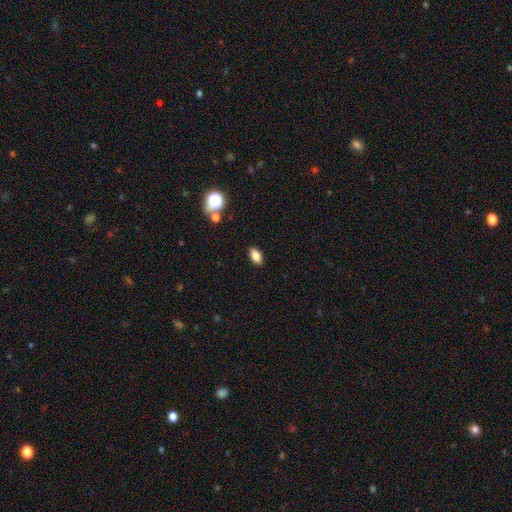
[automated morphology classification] smooth-or-featured: smooth: 81% | star or artifact: 10% | featured or disk: 8%
  how-rounded: in between: 89% | round: 7% | cigar-shaped: 4%
  merging: none: 89% | minor disturbance: 8% | major disturbance: 2% | merger: 1%